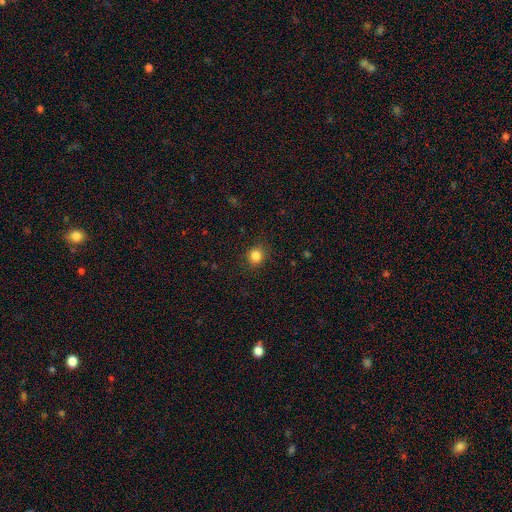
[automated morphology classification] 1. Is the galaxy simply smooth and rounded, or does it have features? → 84% smooth, 11% star or artifact, 4% featured or disk.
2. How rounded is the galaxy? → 81% round, 18% in between, 1% cigar-shaped.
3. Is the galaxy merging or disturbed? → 88% none, 8% minor disturbance, 3% major disturbance, 1% merger.